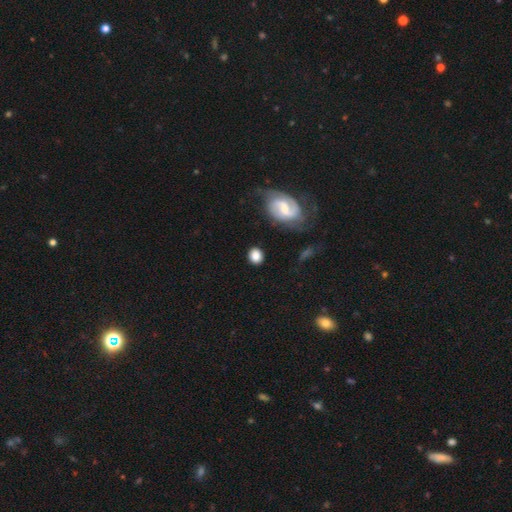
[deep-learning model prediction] A smooth galaxy with no disk features (77%) that is round (65%).

Vote fractions:
- Smooth or featured? smooth: 77% / featured or disk: 15% / star or artifact: 8%
- How rounded? round: 65% / in between: 34% / cigar-shaped: 2%
- Merging? none: 81% / minor disturbance: 11% / major disturbance: 4% / merger: 3%